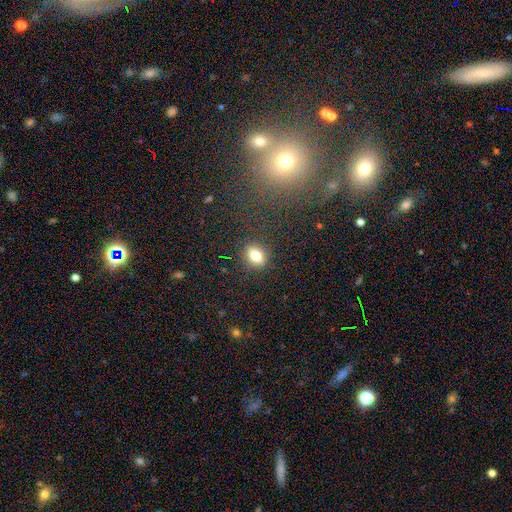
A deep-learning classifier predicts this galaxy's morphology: smooth_or_featured: smooth (p=0.76) [alt: featured or disk p=0.12]
how_rounded: in between (p=0.62) [alt: round p=0.36]
merging: none (p=0.86) [alt: minor disturbance p=0.10]